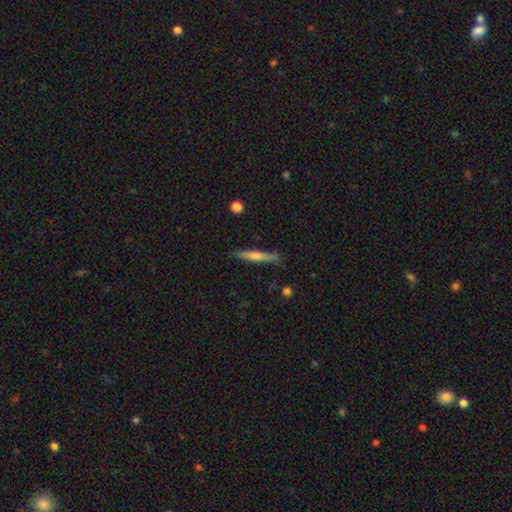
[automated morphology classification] smooth-or-featured: featured or disk: 47% (tied) | smooth: 47% (tied) | star or artifact: 6%
  merging: none: 87% | minor disturbance: 10% | major disturbance: 2% | merger: 2%